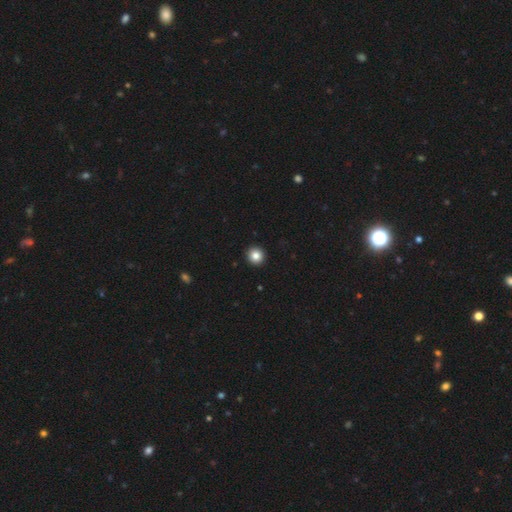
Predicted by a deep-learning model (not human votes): Smooth or featured: smooth — 84% (star or artifact — 10%)
How rounded: round — 95% (in between — 4%)
Merging: none — 94% (minor disturbance — 4%)